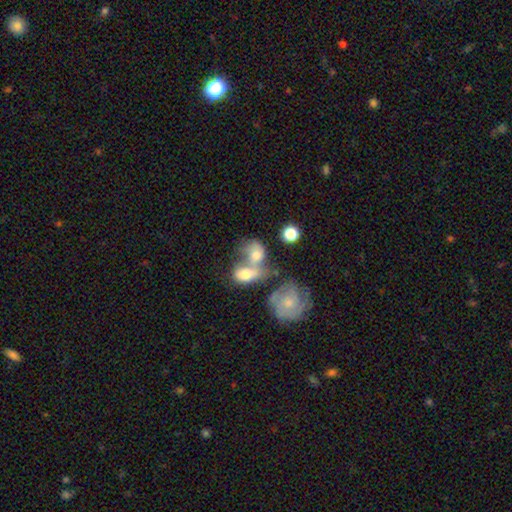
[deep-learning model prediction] smooth 49%, featured or disk 41%, star or artifact 10%. Down the decision tree: merging — merger (60%).